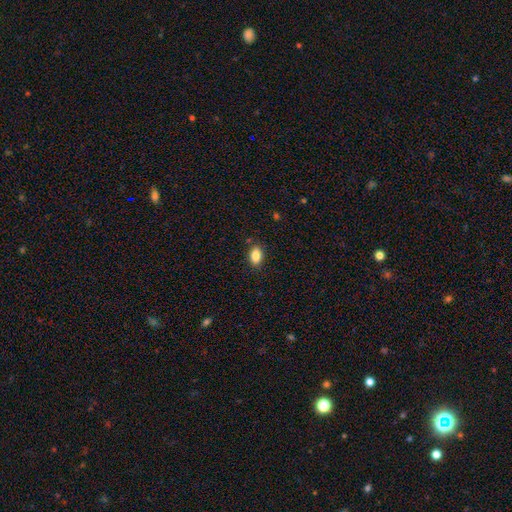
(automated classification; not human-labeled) This is clearly a smooth galaxy (86%). How rounded: clearly in between (89%). Merging: clearly none (86%).